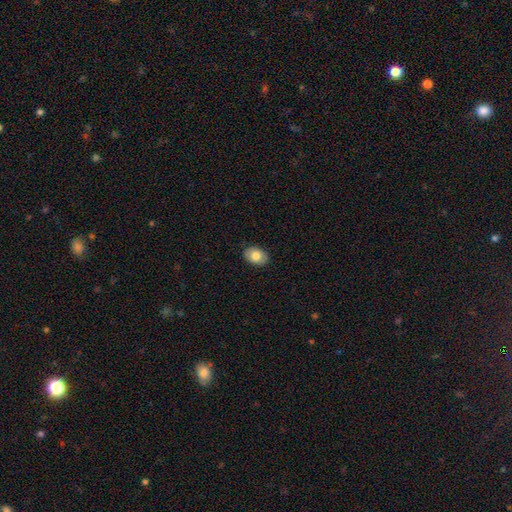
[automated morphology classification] smooth 78%, featured or disk 15%, star or artifact 7%. Down the decision tree: how rounded — in between (81%); merging — none (88%).